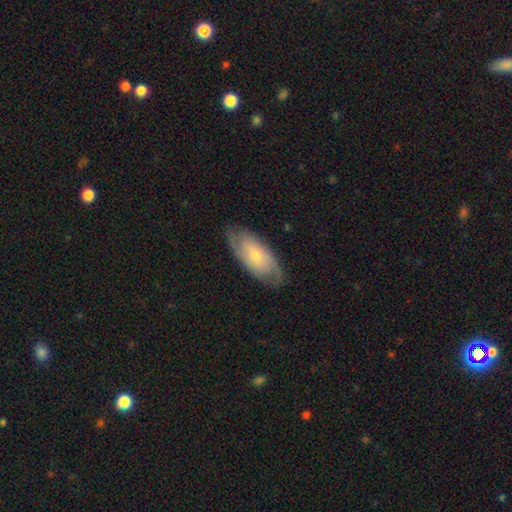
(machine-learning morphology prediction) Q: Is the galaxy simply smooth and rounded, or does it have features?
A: featured or disk — 64%.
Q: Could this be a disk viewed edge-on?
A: no — 90%.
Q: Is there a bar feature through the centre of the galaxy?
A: no — 67%.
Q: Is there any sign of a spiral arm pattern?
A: yes — 87%.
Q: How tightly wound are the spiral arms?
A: tight — 51%.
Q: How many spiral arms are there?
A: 2 — 57%.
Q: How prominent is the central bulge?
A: small — 70%.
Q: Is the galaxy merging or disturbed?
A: none — 79%.